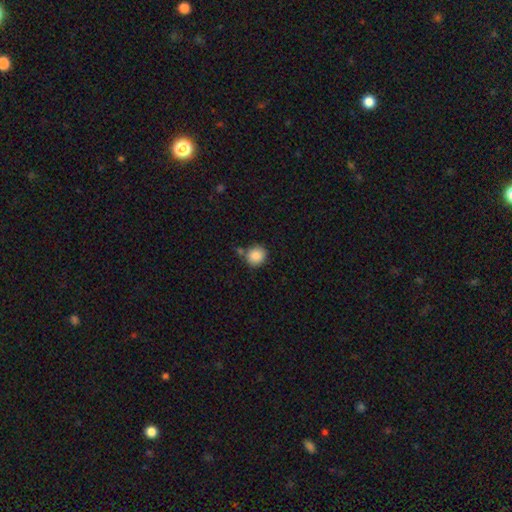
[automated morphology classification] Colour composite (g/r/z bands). It shows a smooth galaxy with no disk features (88%) that is round (87%). Merging: none (71%).